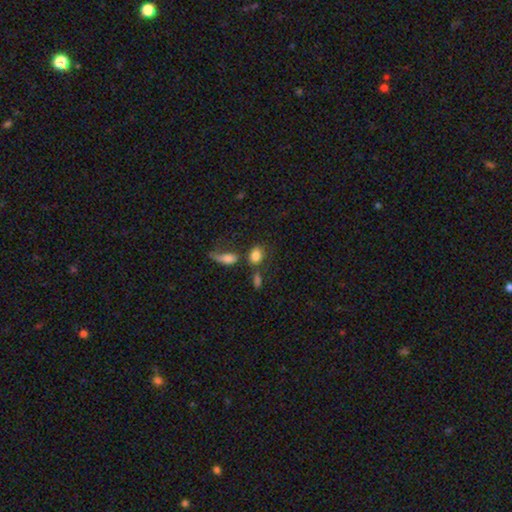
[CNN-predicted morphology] Q: Smooth or featured?
A: smooth (81%); runner-up: star or artifact (10%)
Q: How rounded?
A: in between (69%); runner-up: round (28%)
Q: Merging?
A: none (45%); runner-up: merger (27%)